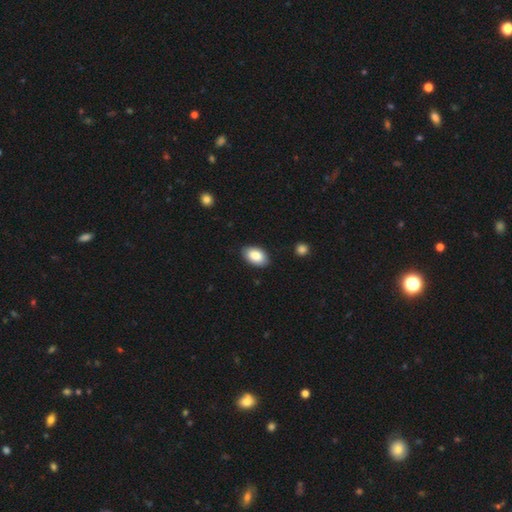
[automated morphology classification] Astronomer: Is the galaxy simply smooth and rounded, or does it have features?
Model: smooth — 87%.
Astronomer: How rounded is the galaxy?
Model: in between — 92%.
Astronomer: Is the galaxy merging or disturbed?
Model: none — 86%.